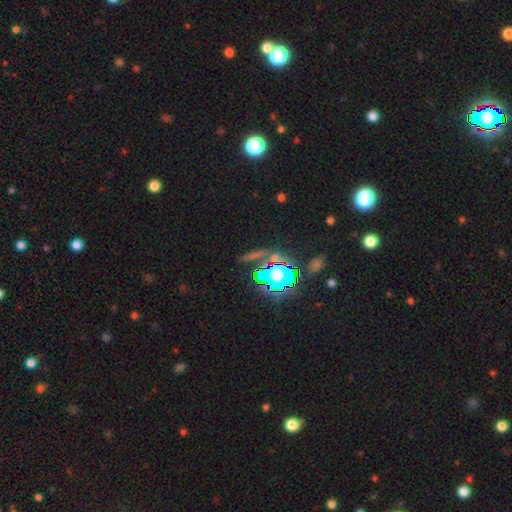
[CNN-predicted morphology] Smooth or featured? star or artifact (62%)